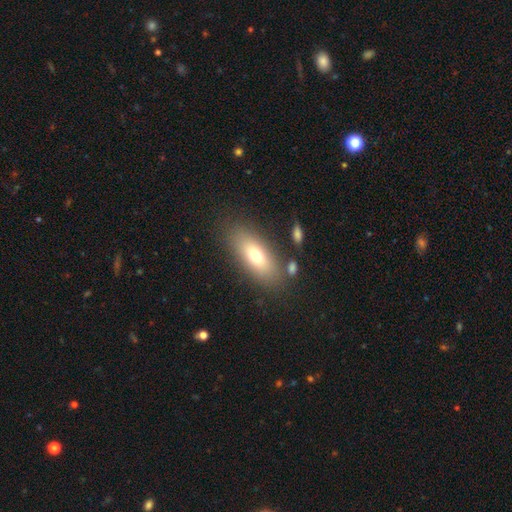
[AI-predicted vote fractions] A smooth galaxy with no disk features (69%) that is in between round and cigar-shaped (81%). Merging: none (79%).